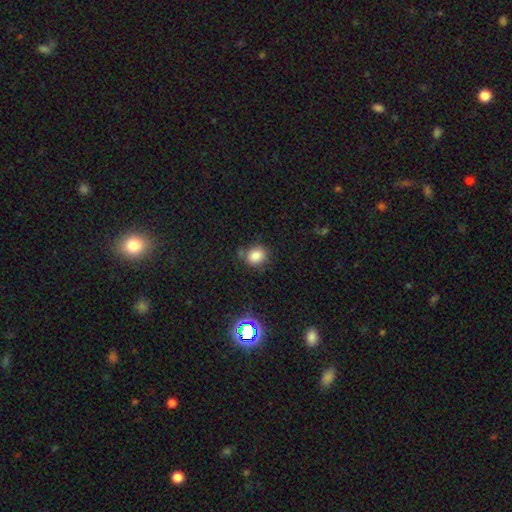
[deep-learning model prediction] Morphology: type=smooth (80%); roundness=round (73%); merging=none (73%).